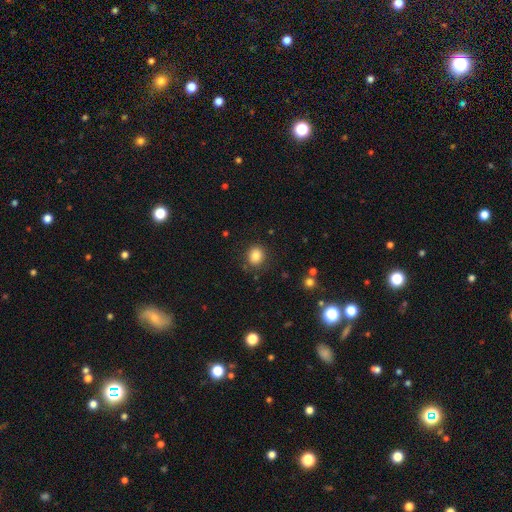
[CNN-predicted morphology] A smooth galaxy with no disk features (83%) that is round (75%). Merging: none (86%).